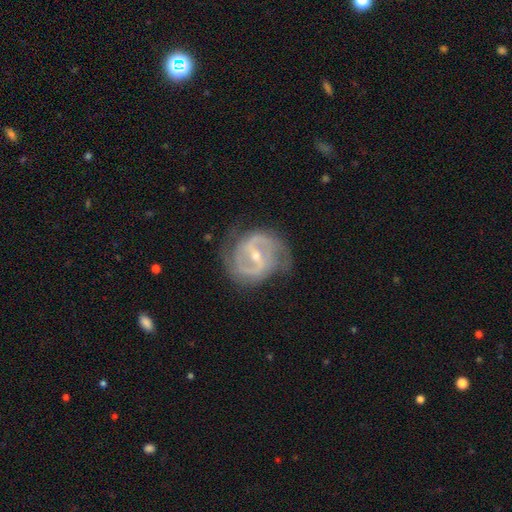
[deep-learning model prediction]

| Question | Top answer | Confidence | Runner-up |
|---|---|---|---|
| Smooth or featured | featured or disk | 89% | smooth (6%) |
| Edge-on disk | no | 97% | yes (3%) |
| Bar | strong | 51% | weak (37%) |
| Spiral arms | yes | 93% | no (7%) |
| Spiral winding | medium | 48% | tight (35%) |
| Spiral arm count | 2 | 78% | can't tell (9%) |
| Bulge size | small | 54% | moderate (43%) |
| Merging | none | 70% | minor disturbance (19%) |